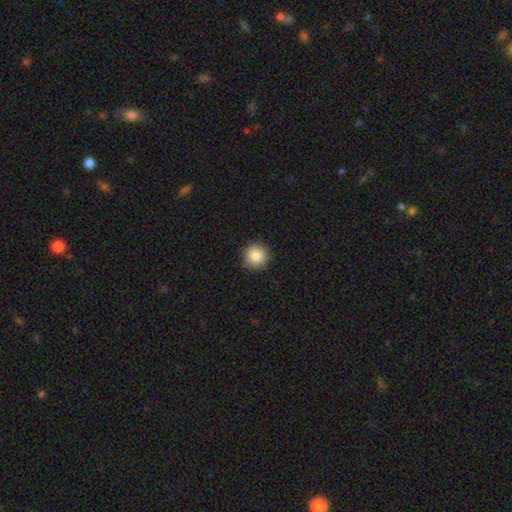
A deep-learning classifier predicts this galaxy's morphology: Smooth or featured? Predicted: smooth (p=0.87). How rounded? Predicted: round (p=0.95). Merging? Predicted: none (p=0.90).